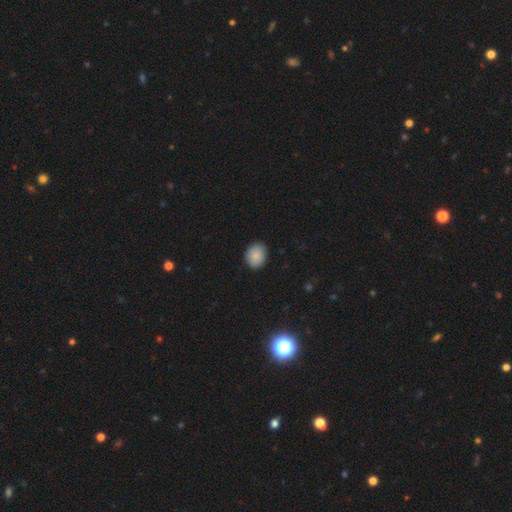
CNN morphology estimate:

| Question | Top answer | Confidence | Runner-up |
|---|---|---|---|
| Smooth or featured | smooth | 88% | star or artifact (8%) |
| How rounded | in between | 51% | round (48%) |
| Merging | none | 88% | minor disturbance (9%) |